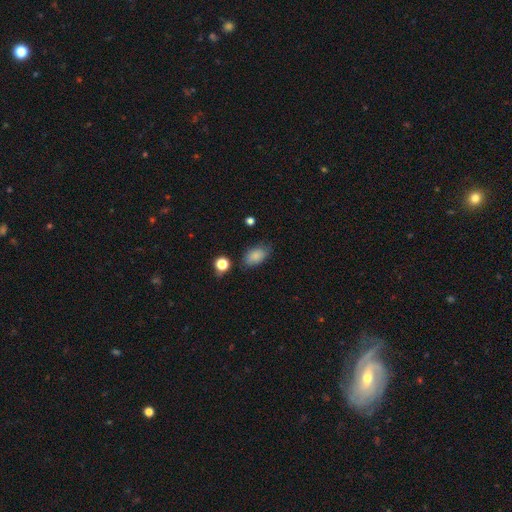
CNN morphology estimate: smooth 84%, star or artifact 9%, featured or disk 7%. Down the decision tree: how rounded — in between (89%); merging — none (72%).